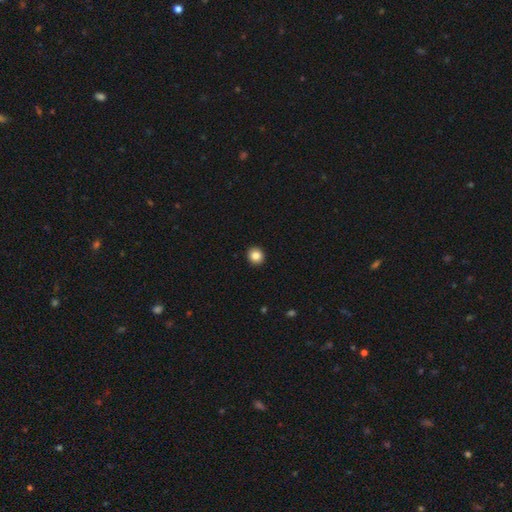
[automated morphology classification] Smooth or featured? Predicted: smooth (p=0.85). How rounded? Predicted: round (p=0.90). Merging? Predicted: none (p=0.94).